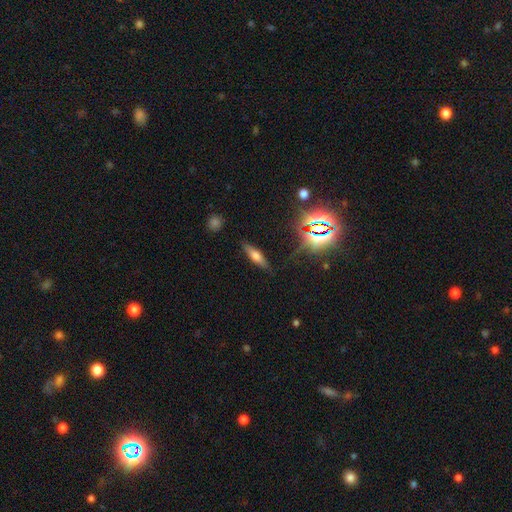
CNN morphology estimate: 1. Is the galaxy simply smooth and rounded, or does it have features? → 50% smooth, 35% featured or disk, 15% star or artifact.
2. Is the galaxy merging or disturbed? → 85% none, 10% minor disturbance, 3% major disturbance, 2% merger.